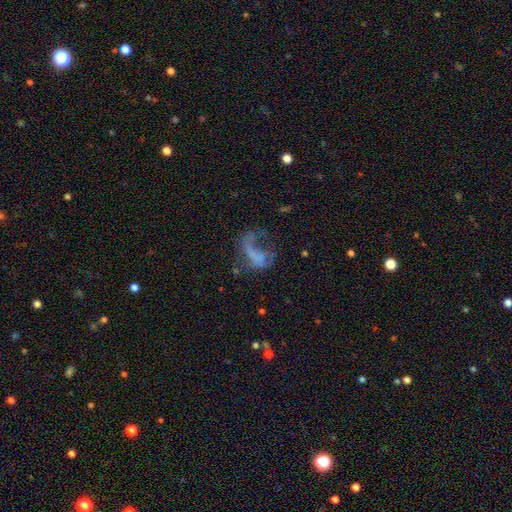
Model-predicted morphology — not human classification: Smooth or featured? Predicted: featured or disk (p=0.53). Edge-on disk? Predicted: no (p=0.97). Bar? Predicted: no (p=0.79). Spiral arms? Predicted: no (p=0.66). Bulge size? Predicted: none (p=0.79). Merging? Predicted: major disturbance (p=0.55).